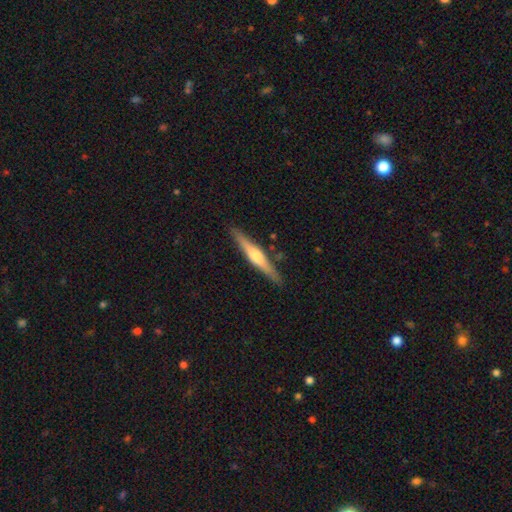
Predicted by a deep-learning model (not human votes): This appears to be a featured or disk galaxy (64%) viewed edge-on (97%) with a rounded central bulge (85%). Merging: none (88%).